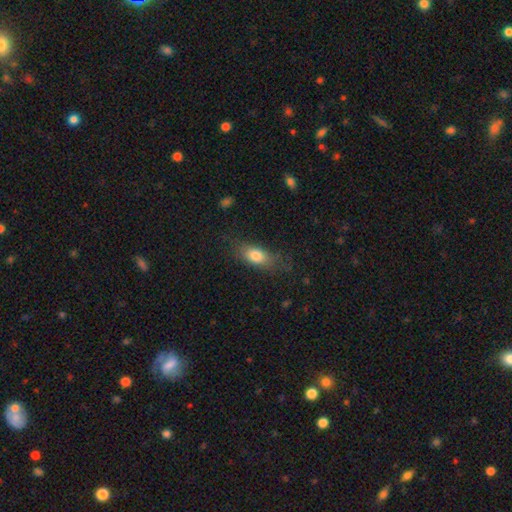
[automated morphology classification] A smooth galaxy with no disk features (79%) that is in between round and cigar-shaped (80%). Merging: none (69%).